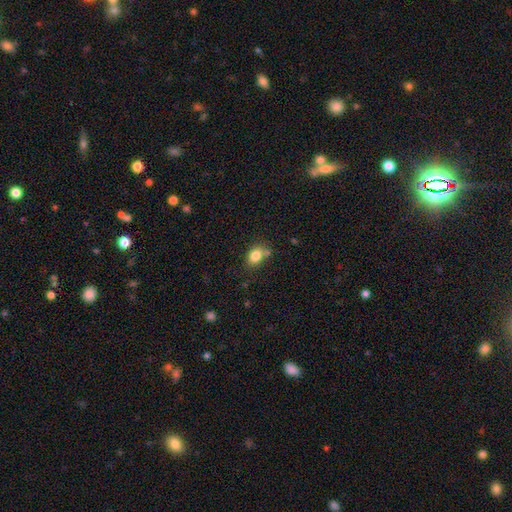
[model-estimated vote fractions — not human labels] Smooth or featured: smooth — 82% (star or artifact — 10%)
How rounded: in between — 66% (round — 33%)
Merging: none — 62% (minor disturbance — 18%)